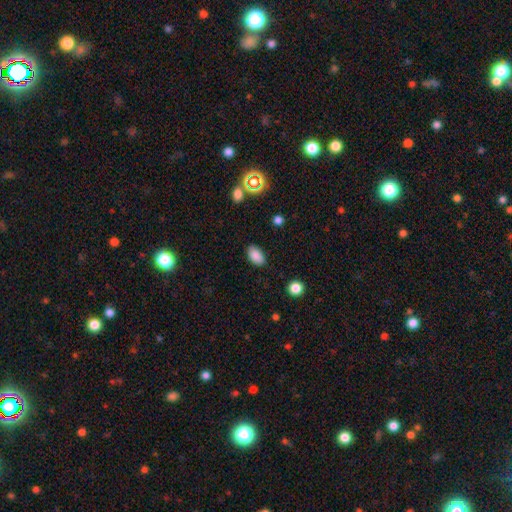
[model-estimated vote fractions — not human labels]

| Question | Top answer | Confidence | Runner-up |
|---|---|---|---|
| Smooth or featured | smooth | 86% | star or artifact (9%) |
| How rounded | in between | 92% | round (7%) |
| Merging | none | 85% | minor disturbance (10%) |